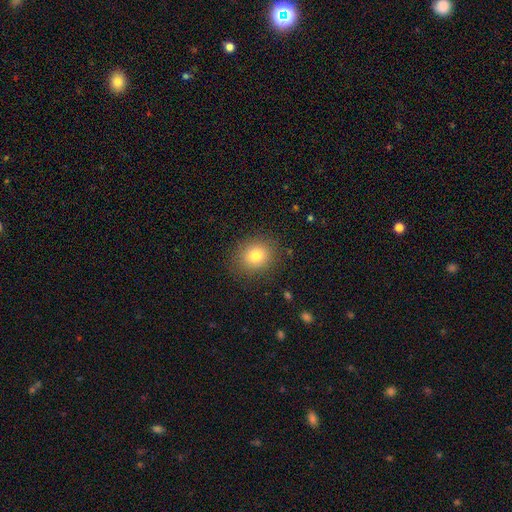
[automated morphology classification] A smooth galaxy with no disk features (79%) that is round (73%). Merging: none (86%).